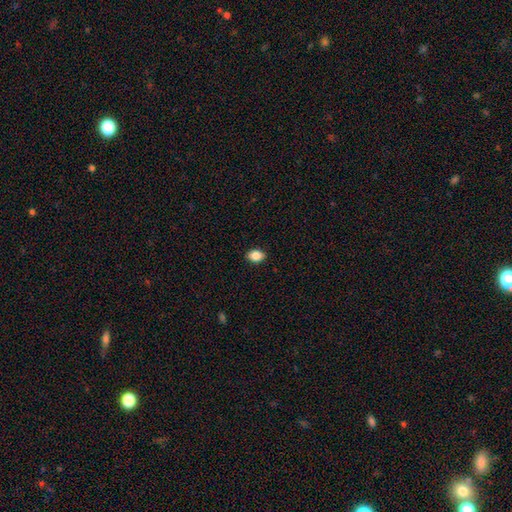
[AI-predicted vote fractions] A smooth galaxy with no disk features (86%) that is in between round and cigar-shaped (77%).

Vote fractions:
- Smooth or featured? smooth: 86% / star or artifact: 9% / featured or disk: 5%
- How rounded? in between: 77% / round: 22% / cigar-shaped: 1%
- Merging? none: 89% / minor disturbance: 9% / major disturbance: 2% / merger: 1%